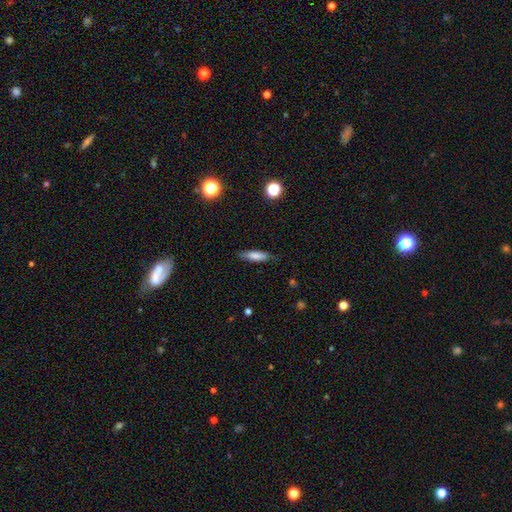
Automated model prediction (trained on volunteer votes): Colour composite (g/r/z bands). It shows a smooth galaxy with no disk features (78%) that is cigar-shaped (63%). Merging: none (83%).